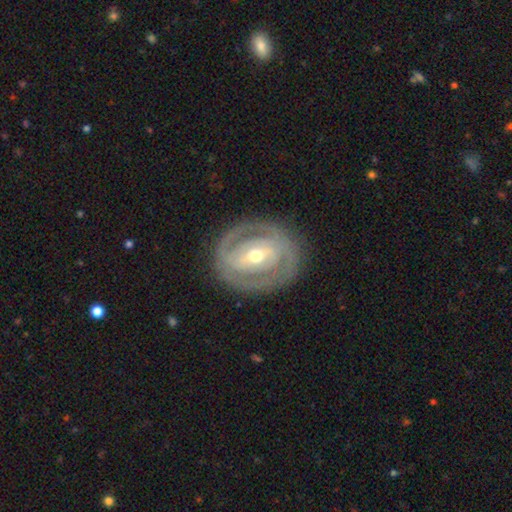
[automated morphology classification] Smooth or featured: featured or disk — 82% (smooth — 13%)
Edge-on disk: no — 96% (yes — 4%)
Bar: strong — 36% (tied with weak — 36%)
Spiral arms: yes — 78% (no — 22%)
Spiral winding: tight — 70% (medium — 24%)
Spiral arm count: 2 — 63% (can't tell — 19%)
Bulge size: moderate — 61% (small — 34%)
Merging: none — 82% (minor disturbance — 12%)